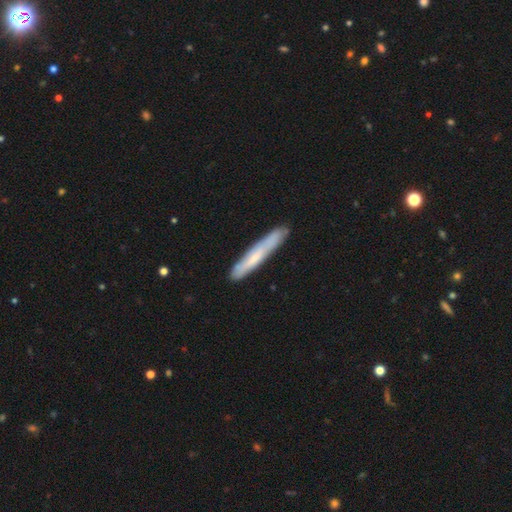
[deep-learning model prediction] smooth 55%, featured or disk 39%, star or artifact 6%. Down the decision tree: how rounded — cigar-shaped (94%); merging — none (86%).